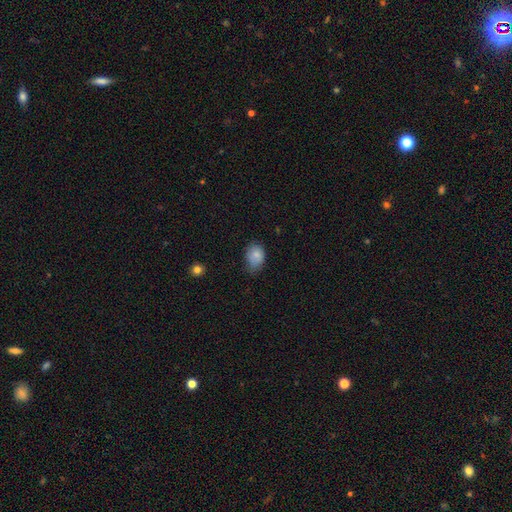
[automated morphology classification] This is clearly a smooth galaxy (84%). How rounded: likely in between (72%). Merging: possibly none (55%).